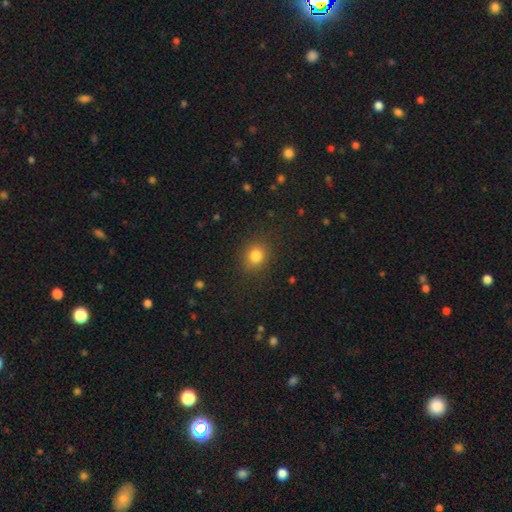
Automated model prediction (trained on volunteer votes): Smooth or featured? smooth (82%)
How rounded? round (71%)
Merging? none (86%)